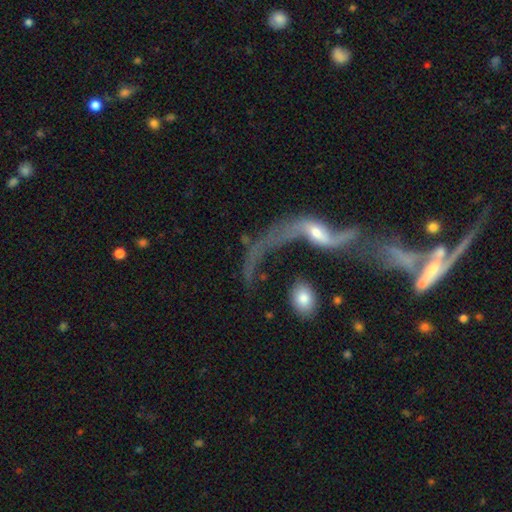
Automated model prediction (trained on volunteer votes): This appears to be a featured or disk galaxy (72%) with no bar (57%), spiral arms (75%) and a small central bulge (46%). Merging: major disturbance (32%).